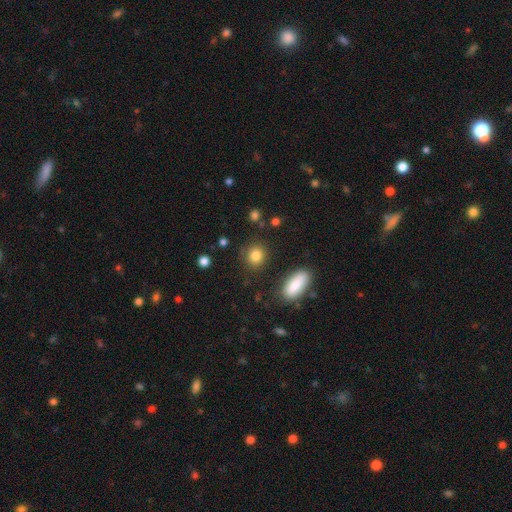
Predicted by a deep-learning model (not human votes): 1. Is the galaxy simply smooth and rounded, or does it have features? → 84% smooth, 10% star or artifact, 6% featured or disk.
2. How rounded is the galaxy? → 79% round, 20% in between, 2% cigar-shaped.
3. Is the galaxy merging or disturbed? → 83% none, 10% minor disturbance, 4% merger, 3% major disturbance.